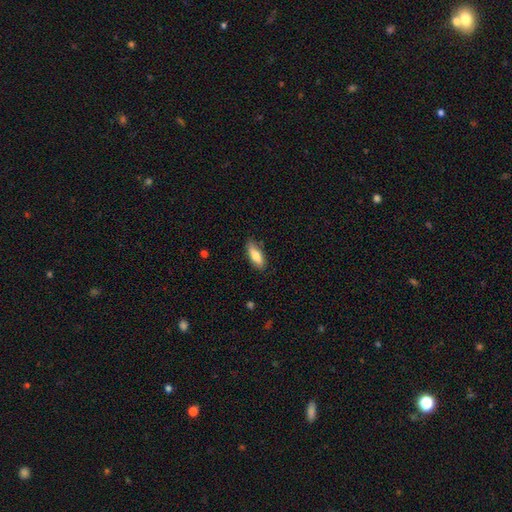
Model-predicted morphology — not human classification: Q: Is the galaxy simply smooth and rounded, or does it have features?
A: smooth — 77%.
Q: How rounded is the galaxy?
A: in between — 65%.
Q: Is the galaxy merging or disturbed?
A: none — 81%.